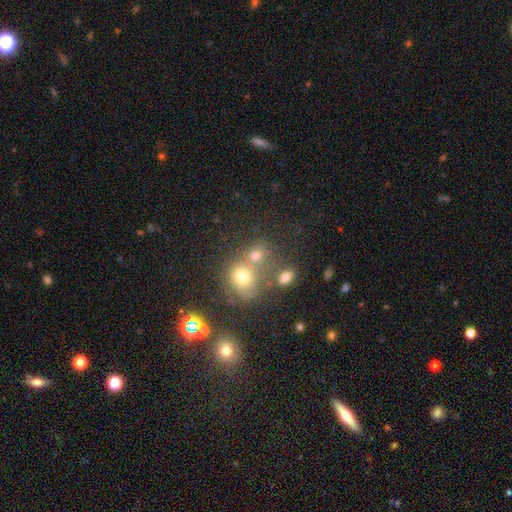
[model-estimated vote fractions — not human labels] A smooth galaxy with no disk features (70%) that is round (68%). Merging: none (43%).